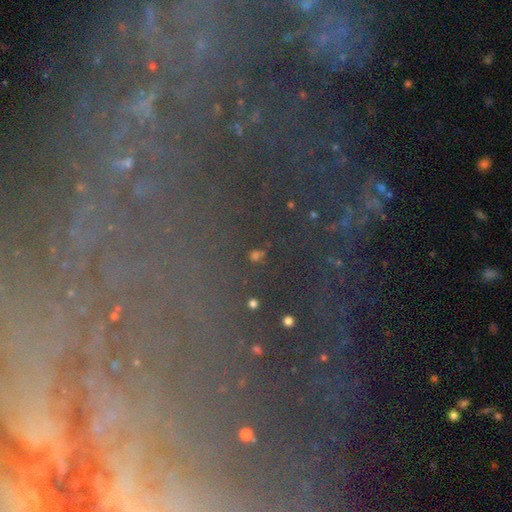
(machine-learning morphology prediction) The model was most divided on "smooth or featured": star or artifact: 69%, smooth: 16%, featured or disk: 15%.